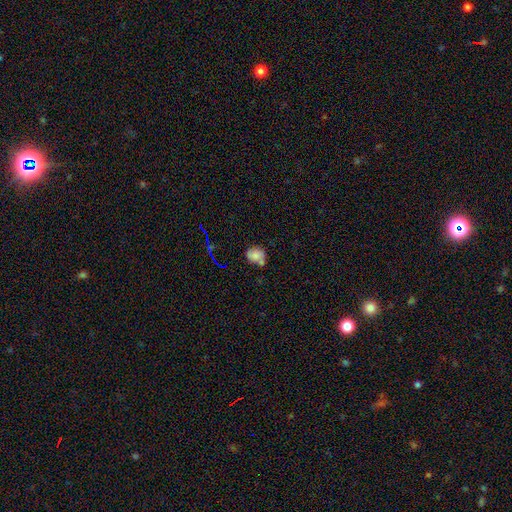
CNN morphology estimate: smooth-or-featured: smooth: 73% | star or artifact: 14% | featured or disk: 13%
  how-rounded: round: 54% | in between: 45% | cigar-shaped: 1%
  merging: none: 51% | merger: 23% | minor disturbance: 20% | major disturbance: 6%